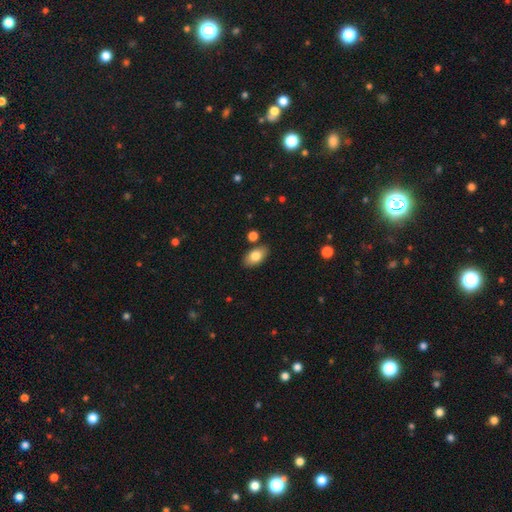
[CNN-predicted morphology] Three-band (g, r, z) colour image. It shows a smooth galaxy with no disk features (81%) that is in between round and cigar-shaped (92%). Merging: none (83%).